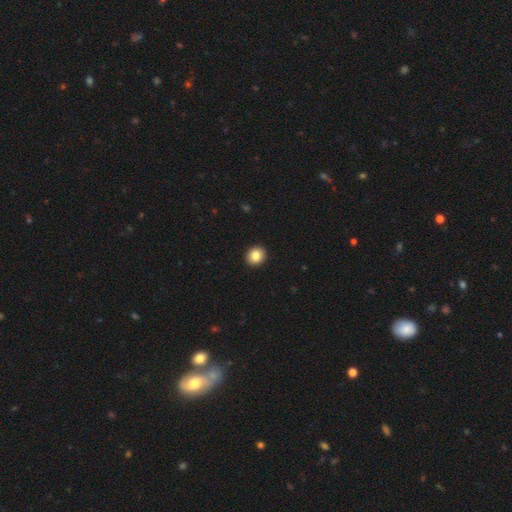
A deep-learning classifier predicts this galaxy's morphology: Smooth or featured: smooth — 84% (star or artifact — 9%)
How rounded: round — 79% (in between — 20%)
Merging: none — 93% (minor disturbance — 4%)